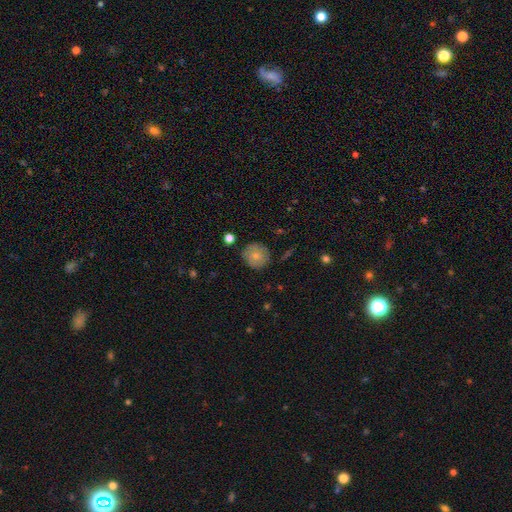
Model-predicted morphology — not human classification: Smooth or featured? Predicted: smooth (p=0.75). How rounded? Predicted: round (p=0.92). Merging? Predicted: none (p=0.84).